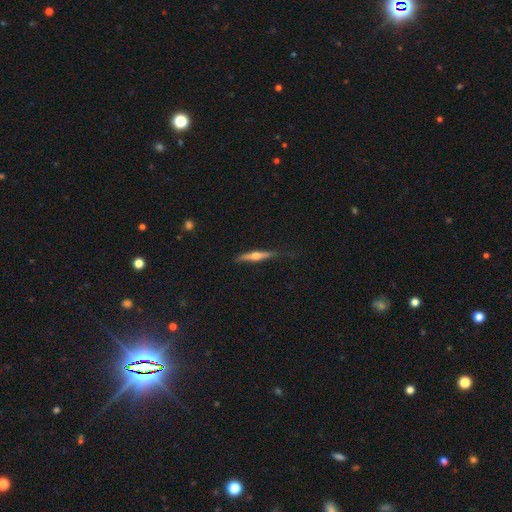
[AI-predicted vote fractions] The model was most divided on "smooth or featured": featured or disk: 60%, smooth: 34%, star or artifact: 6%. More confident: edge-on disk — yes (96%); edge-on bulge — rounded (89%); merging — none (76%).